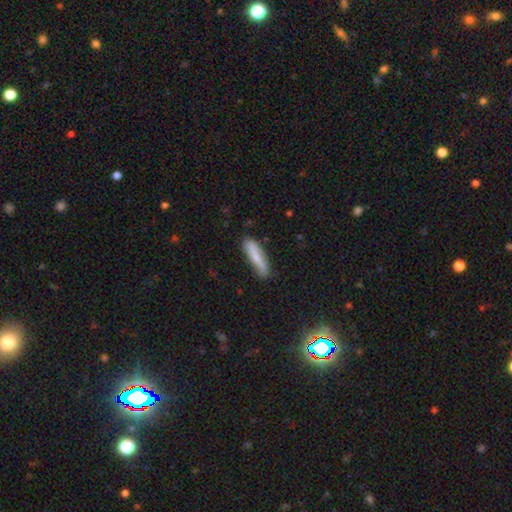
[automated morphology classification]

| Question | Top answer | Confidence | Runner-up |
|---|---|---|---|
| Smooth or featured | smooth | 62% | featured or disk (32%) |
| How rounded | cigar-shaped | 74% | in between (24%) |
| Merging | none | 77% | minor disturbance (18%) |